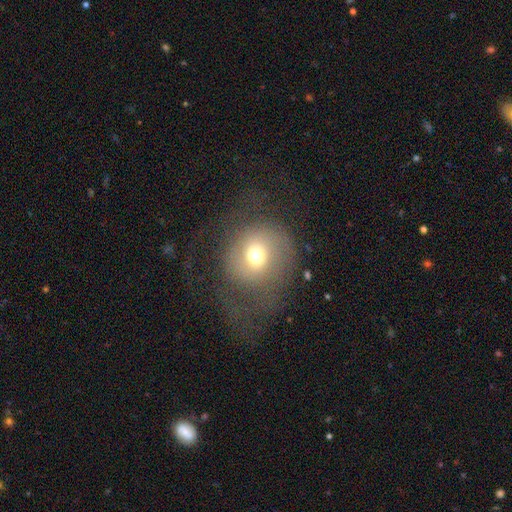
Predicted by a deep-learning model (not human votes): Morphology: type=smooth (60%); roundness=round (87%); merging=none (46%).